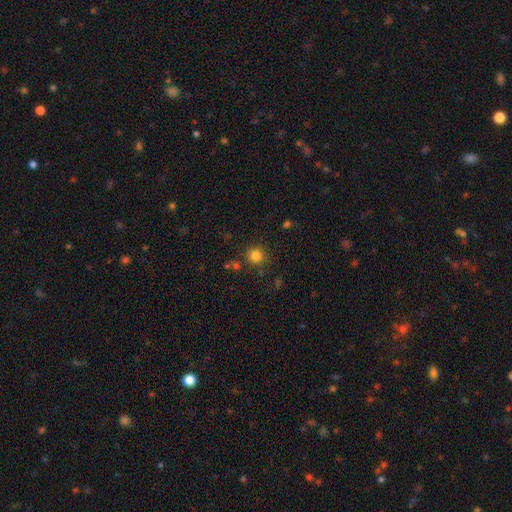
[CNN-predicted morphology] Smooth or featured?
  - smooth: 82% *
  - star or artifact: 14%
  - featured or disk: 5%
How rounded?
  - round: 93% *
  - in between: 7%
  - cigar-shaped: 1%
Merging?
  - none: 83% *
  - minor disturbance: 9%
  - merger: 5%
  - major disturbance: 3%